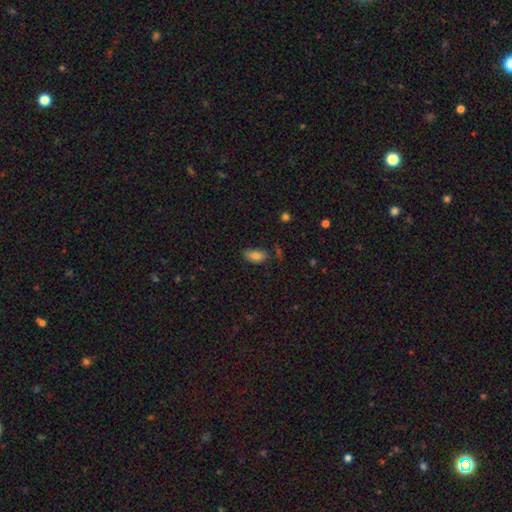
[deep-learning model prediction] A smooth galaxy with no disk features (82%) that is in between round and cigar-shaped (92%).

Vote fractions:
- Smooth or featured? smooth: 82% / star or artifact: 10% / featured or disk: 8%
- How rounded? in between: 92% / round: 4% / cigar-shaped: 4%
- Merging? none: 65% / minor disturbance: 25% / major disturbance: 6% / merger: 4%